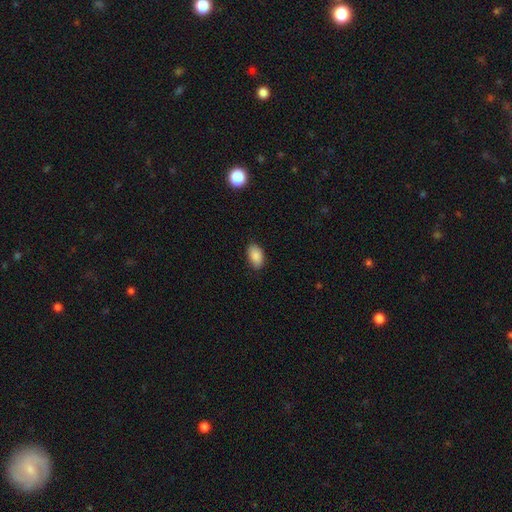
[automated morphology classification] A smooth galaxy with no disk features (88%) that is in between round and cigar-shaped (93%).

Vote fractions:
- Smooth or featured? smooth: 88% / star or artifact: 8% / featured or disk: 4%
- How rounded? in between: 93% / round: 6% / cigar-shaped: 2%
- Merging? none: 84% / minor disturbance: 13% / major disturbance: 2% / merger: 1%